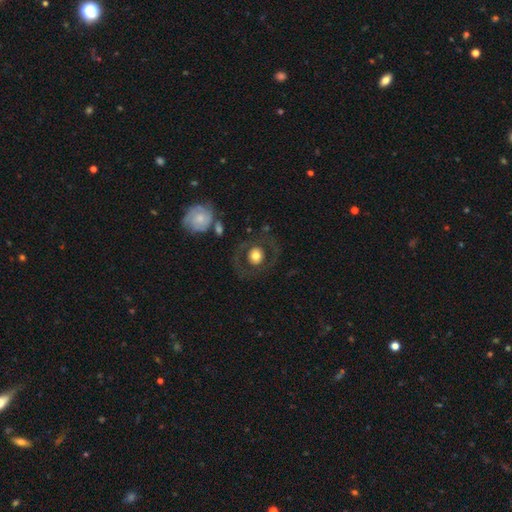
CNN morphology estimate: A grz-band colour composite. It shows a smooth galaxy with no disk features (51%) that is round (82%). Merging: none (74%).